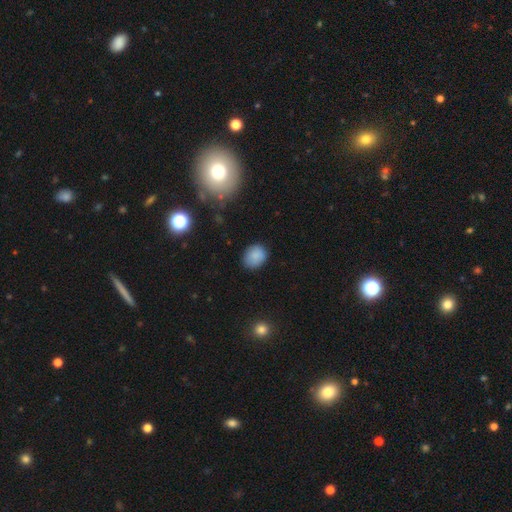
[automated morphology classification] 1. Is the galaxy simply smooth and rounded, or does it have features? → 86% smooth, 10% star or artifact, 5% featured or disk.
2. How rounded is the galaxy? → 54% round, 45% in between, 1% cigar-shaped.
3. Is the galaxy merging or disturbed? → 82% none, 14% minor disturbance, 3% major disturbance, 1% merger.